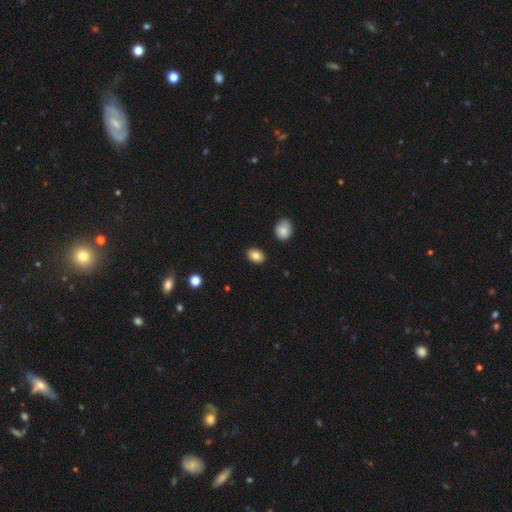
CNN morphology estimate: A smooth galaxy with no disk features (84%) that is in between round and cigar-shaped (75%). Merging: none (88%).